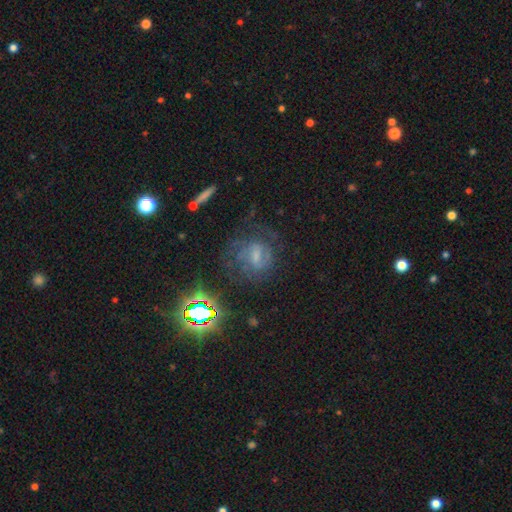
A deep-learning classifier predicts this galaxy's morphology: Q: Smooth or featured?
A: featured or disk (57%); runner-up: smooth (23%)
Q: Edge-on disk?
A: no (95%); runner-up: yes (5%)
Q: Bar?
A: weak (50%); runner-up: no (26%)
Q: Spiral arms?
A: yes (79%); runner-up: no (21%)
Q: Bulge size?
A: small (36%); runner-up: moderate (30%)
Q: Merging?
A: none (55%); runner-up: major disturbance (22%)